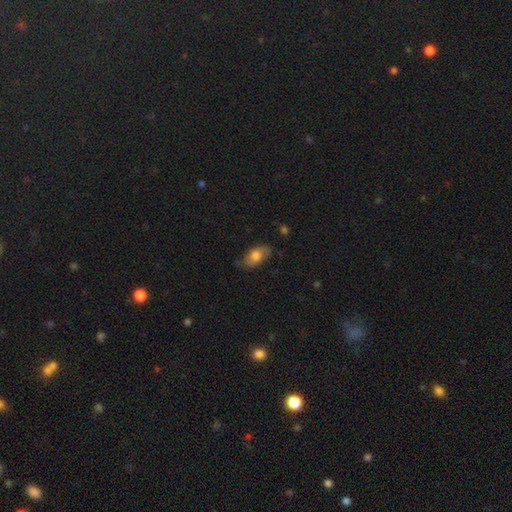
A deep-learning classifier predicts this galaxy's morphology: A smooth galaxy with no disk features (67%) that is in between round and cigar-shaped (90%). Merging: none (72%).